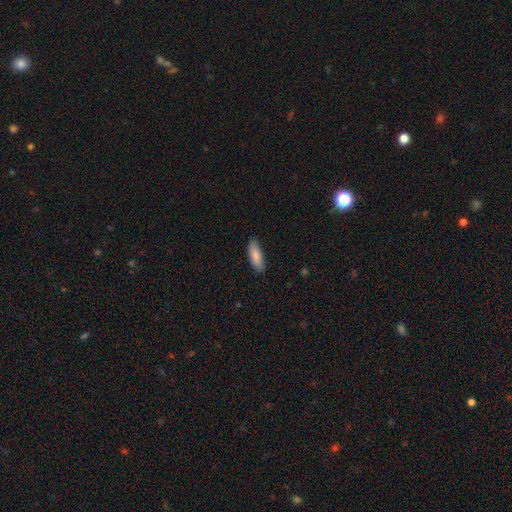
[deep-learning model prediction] smooth-or-featured: smooth: 87% | featured or disk: 7% | star or artifact: 5%
  how-rounded: in between: 66% | cigar-shaped: 33% | round: 2%
  merging: none: 85% | minor disturbance: 12% | major disturbance: 2% | merger: 1%